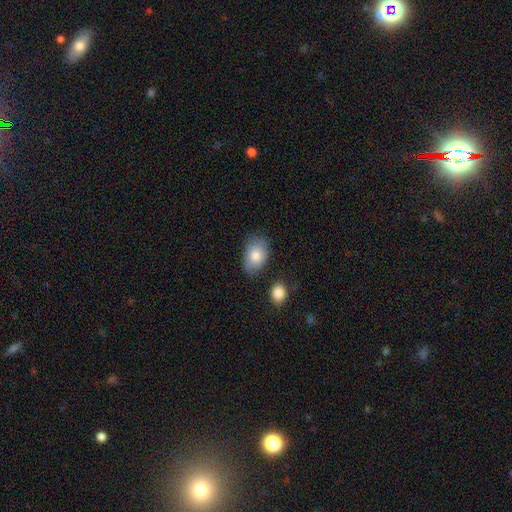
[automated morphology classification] This appears to be a smooth galaxy with no disk features (78%) that is in between round and cigar-shaped (81%). Merging: none (71%).